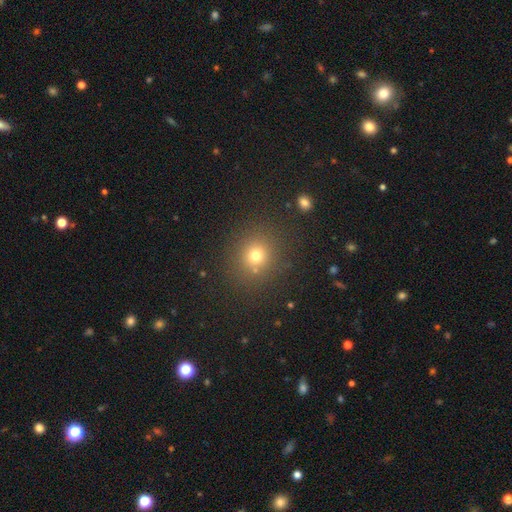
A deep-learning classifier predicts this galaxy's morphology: This is likely a smooth galaxy (72%). How rounded: clearly round (85%). Merging: clearly none (83%).